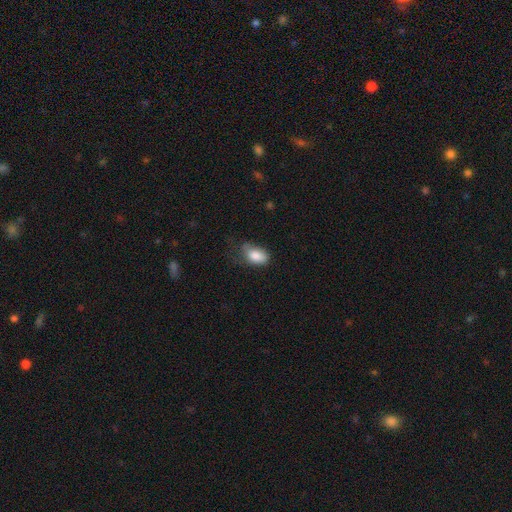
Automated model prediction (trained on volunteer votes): Q: Smooth or featured?
A: smooth (84%); runner-up: featured or disk (8%)
Q: How rounded?
A: in between (90%); runner-up: round (7%)
Q: Merging?
A: none (43%); runner-up: minor disturbance (37%)